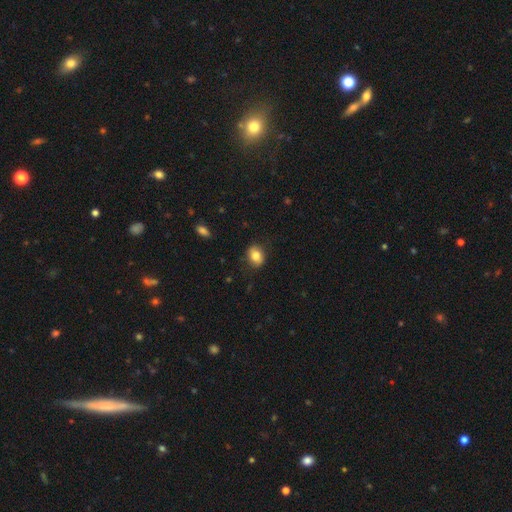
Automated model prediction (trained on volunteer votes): smooth 81%, featured or disk 11%, star or artifact 8%. Down the decision tree: how rounded — in between (61%); merging — none (81%).